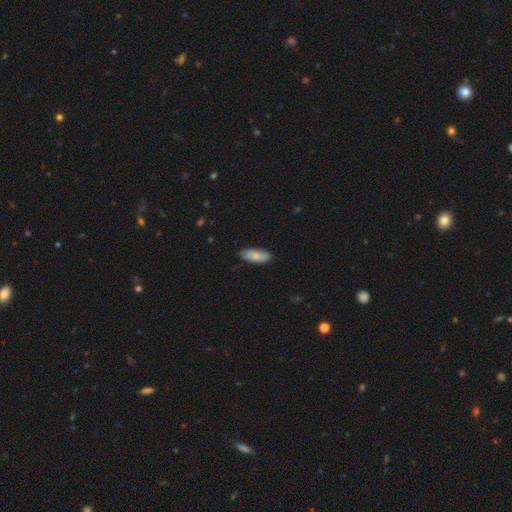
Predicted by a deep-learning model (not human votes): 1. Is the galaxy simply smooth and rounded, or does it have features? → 73% smooth, 21% featured or disk, 6% star or artifact.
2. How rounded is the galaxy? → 77% in between, 21% cigar-shaped, 2% round.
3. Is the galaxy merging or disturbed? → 82% none, 14% minor disturbance, 2% major disturbance, 1% merger.